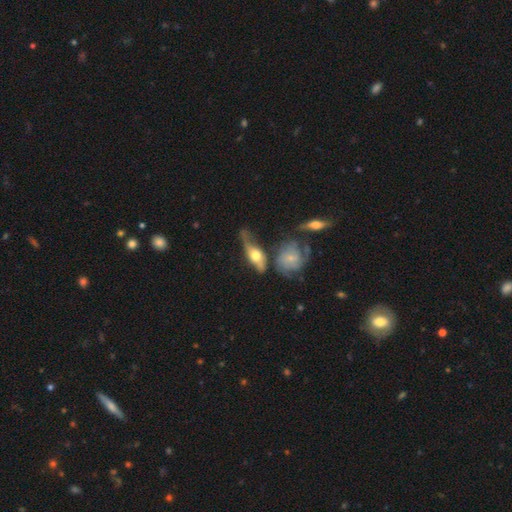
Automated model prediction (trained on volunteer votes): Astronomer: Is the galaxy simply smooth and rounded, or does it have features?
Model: featured or disk — 57% (runner-up: smooth, 37%).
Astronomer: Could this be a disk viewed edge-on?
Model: no — 51% (runner-up: yes, 49%).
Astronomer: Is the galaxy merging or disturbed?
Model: none — 37% (runner-up: minor disturbance, 24%).